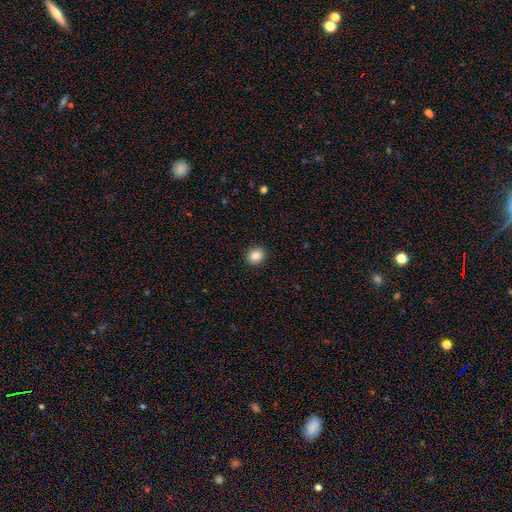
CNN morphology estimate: Smooth or featured?
  - smooth: 87% *
  - star or artifact: 9%
  - featured or disk: 4%
How rounded?
  - round: 66% *
  - in between: 33%
  - cigar-shaped: 1%
Merging?
  - none: 91% *
  - minor disturbance: 6%
  - major disturbance: 2%
  - merger: 1%